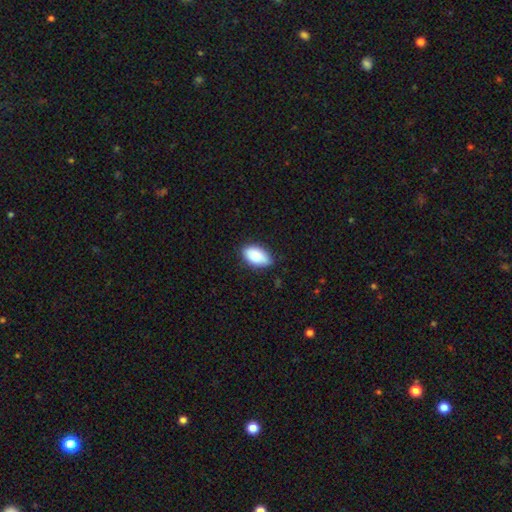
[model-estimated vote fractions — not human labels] smooth_or_featured: smooth (p=0.86) [alt: featured or disk p=0.08]
how_rounded: in between (p=0.93) [alt: round p=0.05]
merging: none (p=0.76) [alt: minor disturbance p=0.20]